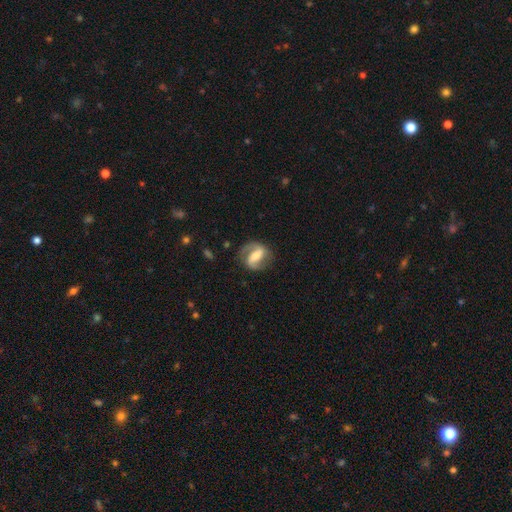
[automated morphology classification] Q: Smooth or featured?
A: featured or disk (78%); runner-up: smooth (16%)
Q: Edge-on disk?
A: no (96%); runner-up: yes (4%)
Q: Bar?
A: strong (52%); runner-up: weak (33%)
Q: Spiral arms?
A: yes (90%); runner-up: no (10%)
Q: Spiral winding?
A: medium (47%); runner-up: loose (30%)
Q: Spiral arm count?
A: 2 (83%); runner-up: 1 (10%)
Q: Bulge size?
A: moderate (55%); runner-up: small (30%)
Q: Merging?
A: none (75%); runner-up: minor disturbance (15%)